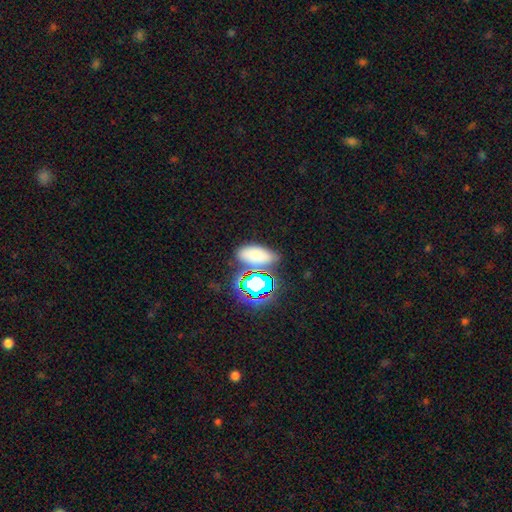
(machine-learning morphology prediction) The model was most divided on "smooth or featured": smooth: 63%, star or artifact: 27%, featured or disk: 10%. More confident: how rounded — in between (86%); merging — none (70%).